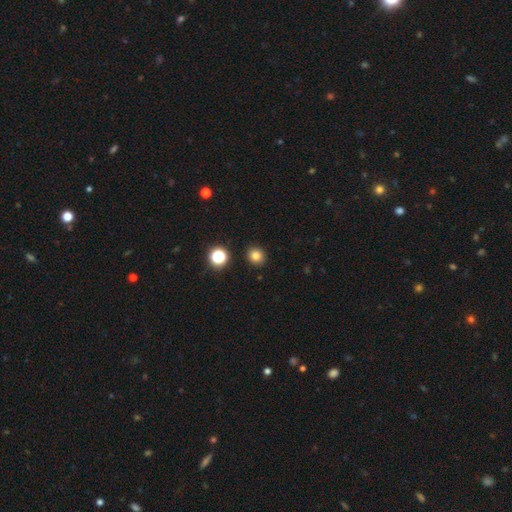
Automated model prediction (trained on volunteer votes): A smooth galaxy with no disk features (81%) that is round (79%). Merging: none (90%).